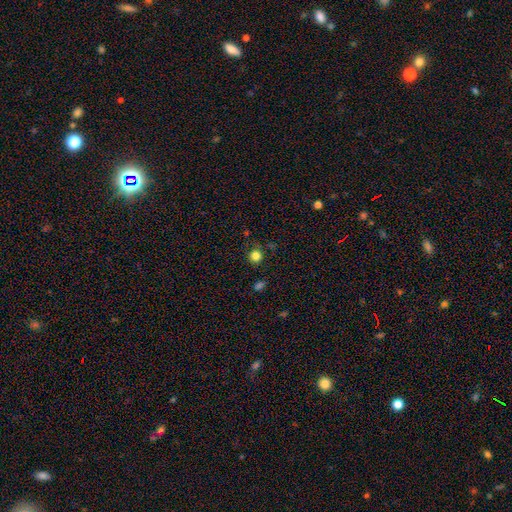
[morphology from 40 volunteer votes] Smooth or featured?
  - smooth: 95% *
  - star or artifact: 5%
  - featured or disk: 0%
How rounded?
  - round: 95% *
  - in between: 5%
  - cigar-shaped: 0%
Merging?
  - none: 89% *
  - minor disturbance: 8%
  - major disturbance: 3%
  - merger: 0%